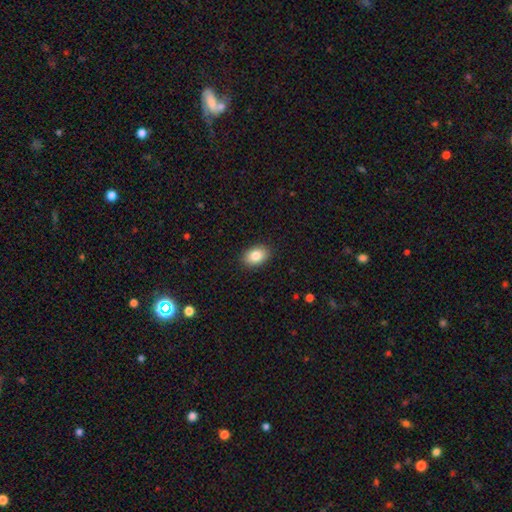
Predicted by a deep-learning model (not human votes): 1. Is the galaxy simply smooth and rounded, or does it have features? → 84% smooth, 8% star or artifact, 8% featured or disk.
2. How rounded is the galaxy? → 82% in between, 17% round, 1% cigar-shaped.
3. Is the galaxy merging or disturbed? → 90% none, 7% minor disturbance, 2% major disturbance, 1% merger.